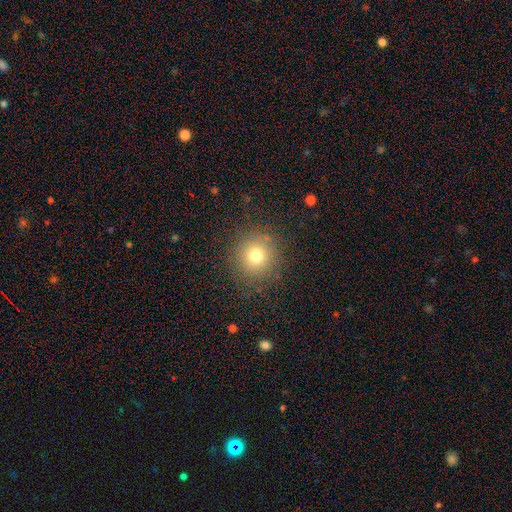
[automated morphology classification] This is likely a smooth galaxy (74%). How rounded: clearly round (94%). Merging: clearly none (87%).